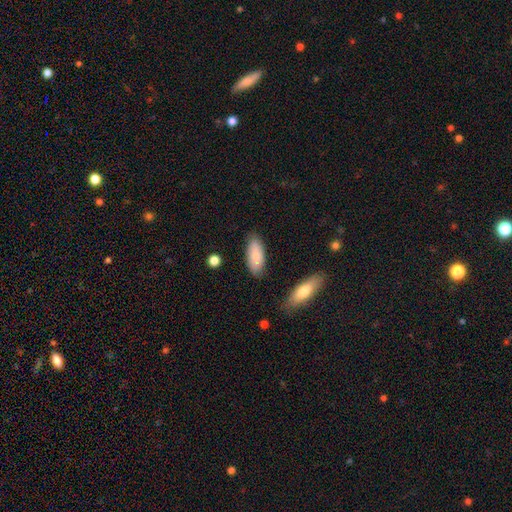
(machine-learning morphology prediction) Smooth or featured? Predicted: smooth (p=0.83). How rounded? Predicted: in between (p=0.81). Merging? Predicted: none (p=0.81).